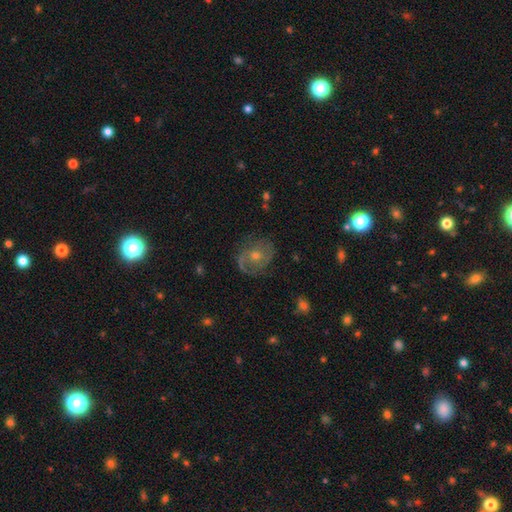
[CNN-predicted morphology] The model was most divided on "spiral winding" (2-way tie): tight: 42%, medium: 42%, loose: 16%. More confident: edge-on disk — no (97%); spiral arms — yes (87%); merging — none (75%); bar — no (72%); smooth or featured — featured or disk (71%); bulge size — moderate (55%); spiral arm count — 2 (53%).